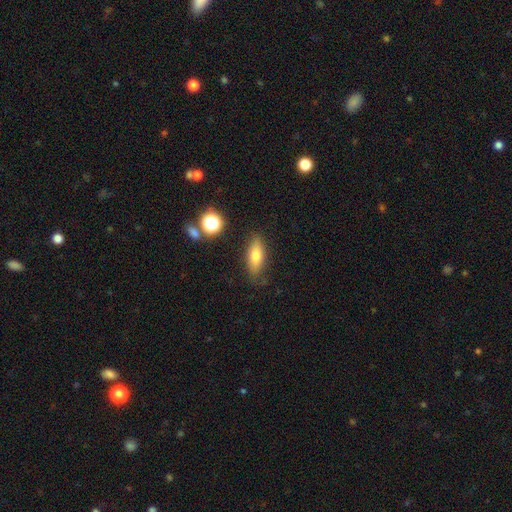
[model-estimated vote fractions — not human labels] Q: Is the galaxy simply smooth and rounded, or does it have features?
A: smooth — 72%.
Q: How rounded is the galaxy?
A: in between — 67%.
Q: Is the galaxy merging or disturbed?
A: none — 80%.